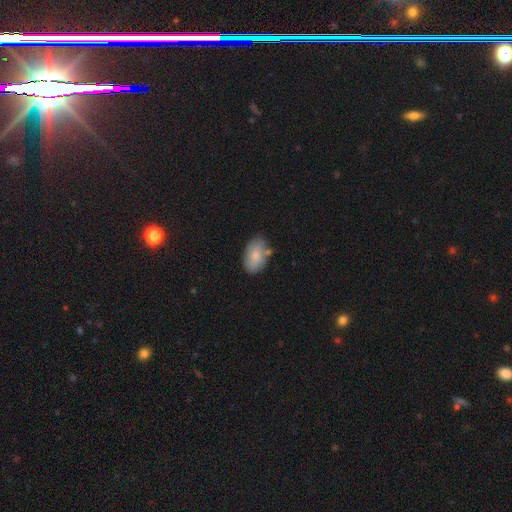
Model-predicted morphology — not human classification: Overall: smooth (78%). How rounded: in between (92%). Merging: none (67%).